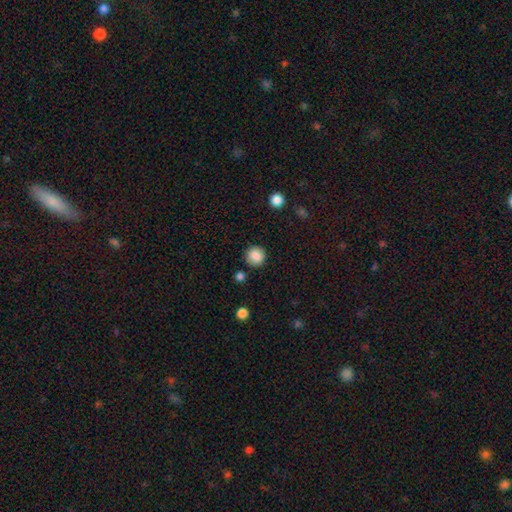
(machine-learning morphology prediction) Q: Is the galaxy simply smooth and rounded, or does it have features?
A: smooth — 87%.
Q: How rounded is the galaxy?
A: round — 93%.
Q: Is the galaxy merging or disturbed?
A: none — 88%.